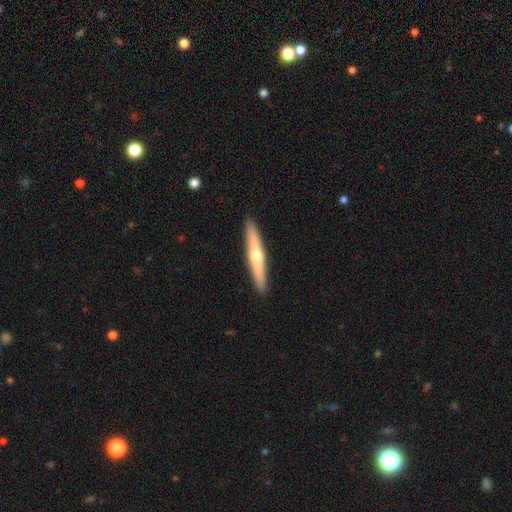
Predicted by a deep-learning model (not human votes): This appears to be a featured or disk galaxy (51%) viewed edge-on (94%). Merging: none (92%).